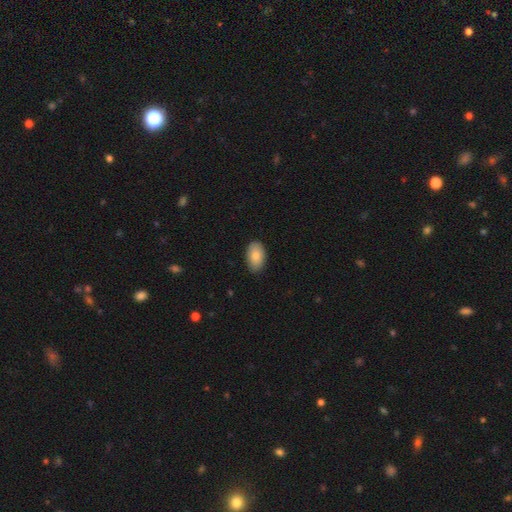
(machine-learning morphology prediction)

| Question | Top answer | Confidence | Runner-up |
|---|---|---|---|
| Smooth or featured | smooth | 85% | featured or disk (9%) |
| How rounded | in between | 93% | round (5%) |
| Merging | none | 87% | minor disturbance (10%) |